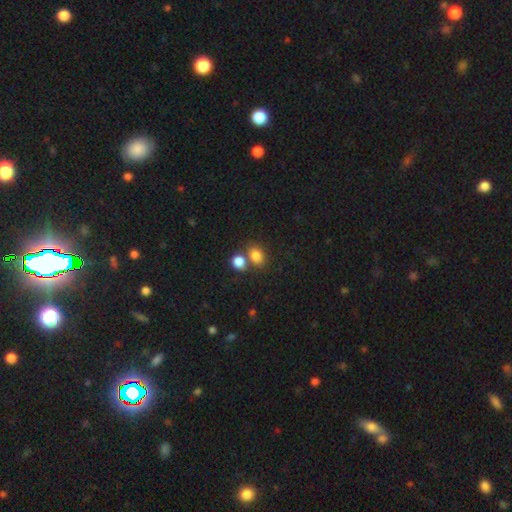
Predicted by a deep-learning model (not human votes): smooth_or_featured: smooth (p=0.82) [alt: star or artifact p=0.11]
how_rounded: in between (p=0.54) [alt: round p=0.45]
merging: none (p=0.55) [alt: merger p=0.31]